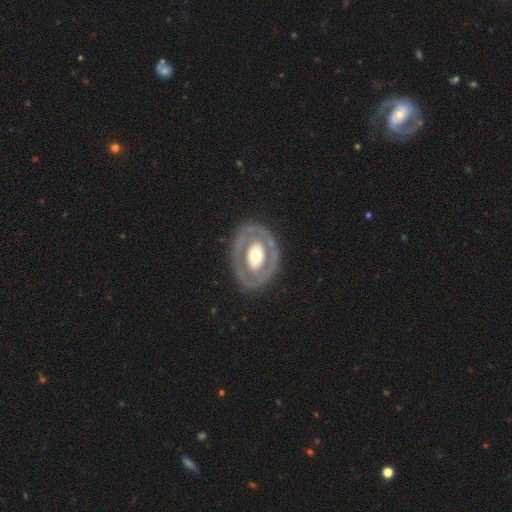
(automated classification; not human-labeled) This appears to be a featured or disk galaxy (65%) with no bar (80%), no spiral arms (82%) and a moderate central bulge (57%). Merging: none (80%).